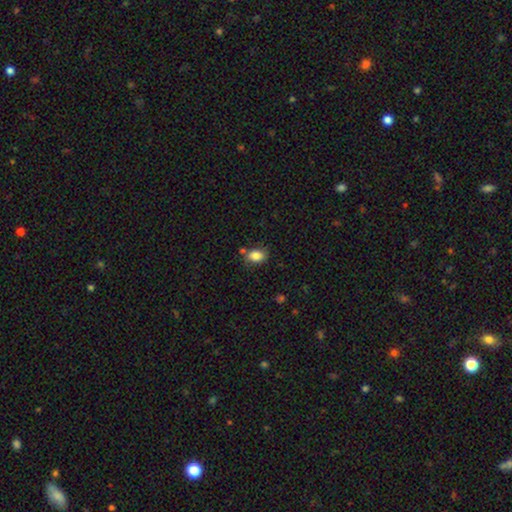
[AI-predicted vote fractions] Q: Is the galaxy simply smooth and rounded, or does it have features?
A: smooth — 84%.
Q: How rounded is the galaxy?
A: in between — 76%.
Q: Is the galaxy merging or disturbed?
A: none — 68%.